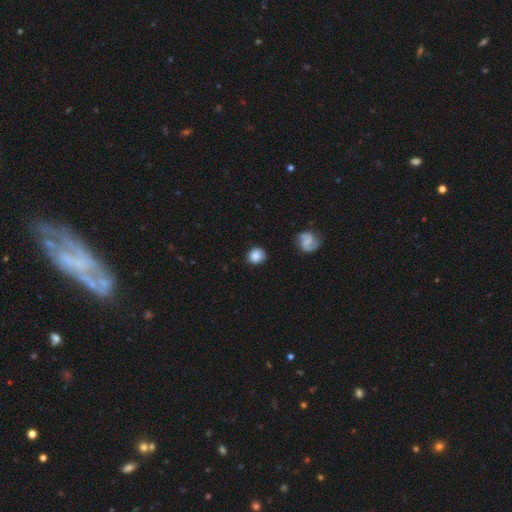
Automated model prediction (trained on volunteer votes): Morphology: type=smooth (80%); roundness=round (85%); merging=none (82%).